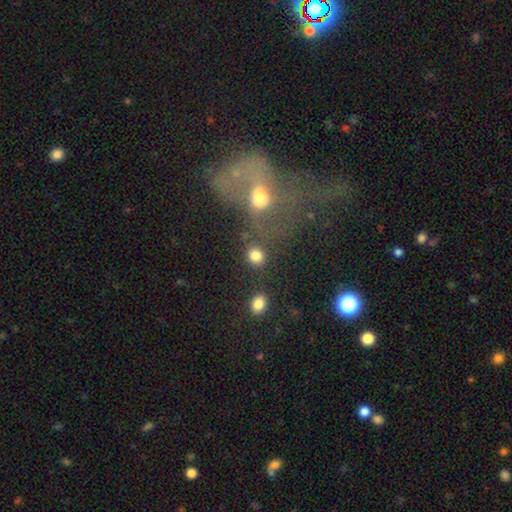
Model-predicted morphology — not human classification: Smooth or featured?
  - smooth: 84% *
  - star or artifact: 11%
  - featured or disk: 6%
How rounded?
  - round: 73% *
  - in between: 26%
  - cigar-shaped: 1%
Merging?
  - none: 75% *
  - minor disturbance: 10%
  - merger: 9%
  - major disturbance: 5%